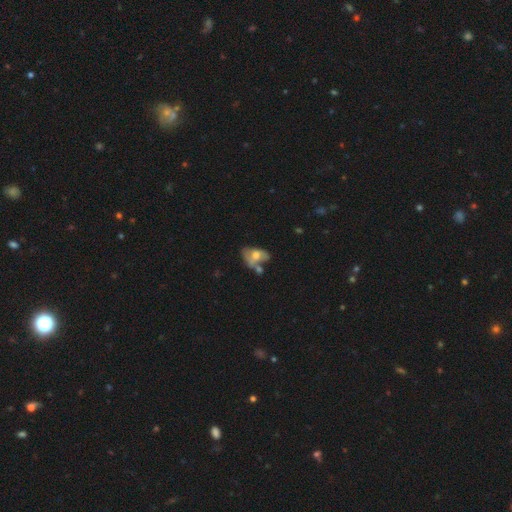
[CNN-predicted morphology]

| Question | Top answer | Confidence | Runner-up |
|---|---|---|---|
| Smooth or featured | smooth | 46% | featured or disk (45%) |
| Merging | merger | 33% | none (28%) |